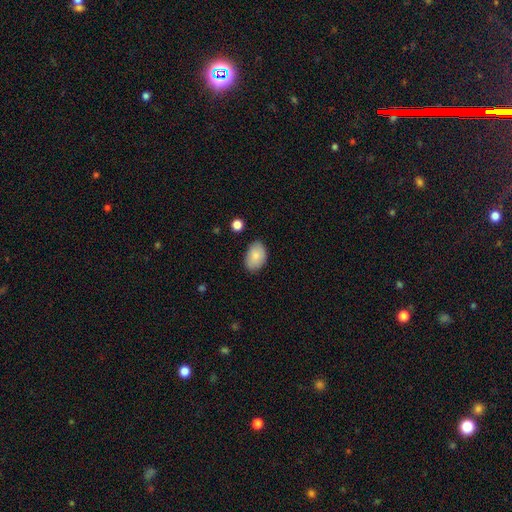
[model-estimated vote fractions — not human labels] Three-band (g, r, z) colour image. It shows a smooth galaxy with no disk features (85%) that is in between round and cigar-shaped (87%). Merging: none (80%).